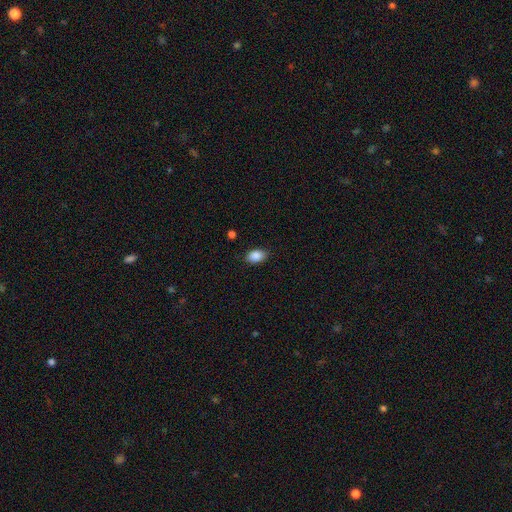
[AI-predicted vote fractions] Q: Smooth or featured?
A: smooth (88%); runner-up: star or artifact (8%)
Q: How rounded?
A: in between (86%); runner-up: round (12%)
Q: Merging?
A: none (86%); runner-up: minor disturbance (10%)